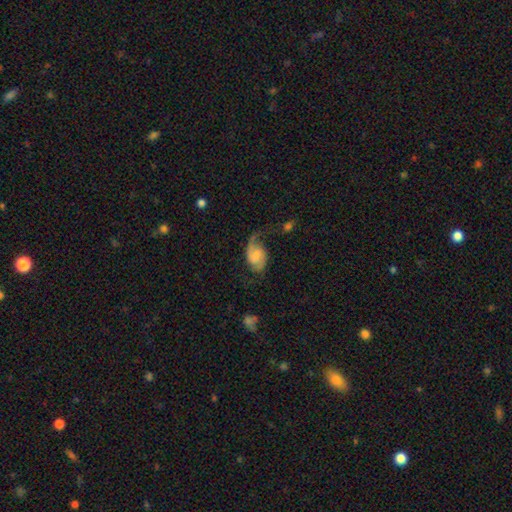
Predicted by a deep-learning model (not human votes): Q: Smooth or featured?
A: featured or disk (74%); runner-up: smooth (19%)
Q: Edge-on disk?
A: no (97%); runner-up: yes (3%)
Q: Bar?
A: weak (51%); runner-up: no (33%)
Q: Spiral arms?
A: yes (94%); runner-up: no (6%)
Q: Spiral winding?
A: loose (43%); runner-up: medium (41%)
Q: Spiral arm count?
A: 2 (81%); runner-up: 1 (12%)
Q: Bulge size?
A: small (30%); tied with: moderate (30%)
Q: Merging?
A: none (50%); runner-up: major disturbance (24%)